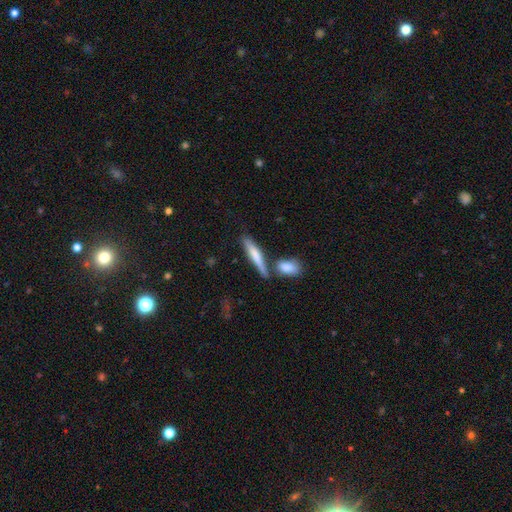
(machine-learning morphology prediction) This is likely a smooth galaxy (68%). How rounded: clearly cigar-shaped (82%). Merging: likely none (60%).